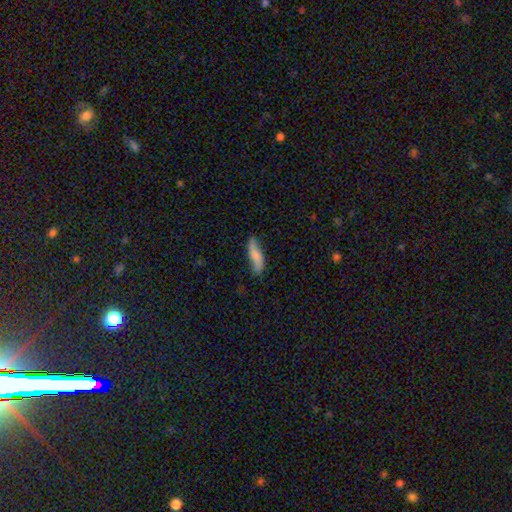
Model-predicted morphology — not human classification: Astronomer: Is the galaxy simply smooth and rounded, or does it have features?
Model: smooth — 62%.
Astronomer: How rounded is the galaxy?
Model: cigar-shaped — 60% (runner-up: in between, 38%).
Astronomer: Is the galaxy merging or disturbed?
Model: none — 71%.